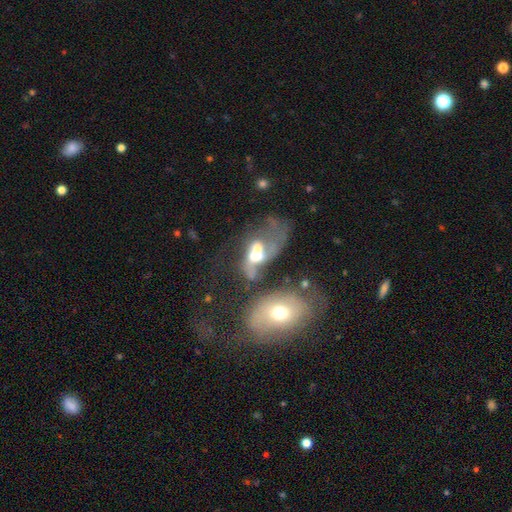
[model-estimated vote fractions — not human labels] Q: Smooth or featured?
A: featured or disk (54%); runner-up: smooth (34%)
Q: Edge-on disk?
A: no (94%); runner-up: yes (6%)
Q: Bar?
A: no (75%); runner-up: weak (19%)
Q: Spiral arms?
A: no (61%); runner-up: yes (39%)
Q: Bulge size?
A: moderate (51%); runner-up: large (27%)
Q: Merging?
A: merger (65%); runner-up: major disturbance (23%)